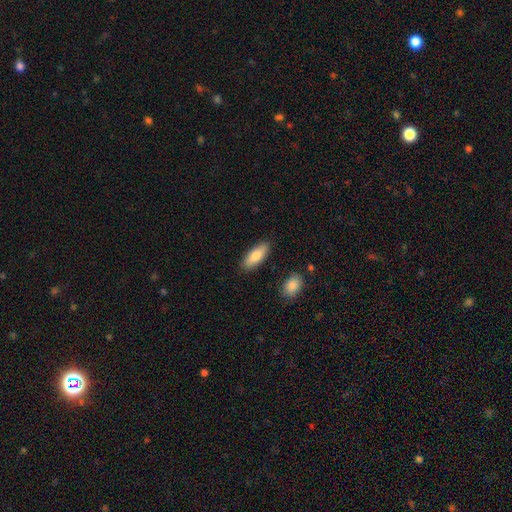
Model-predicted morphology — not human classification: A smooth galaxy with no disk features (82%) that is in between round and cigar-shaped (74%). Merging: none (86%).